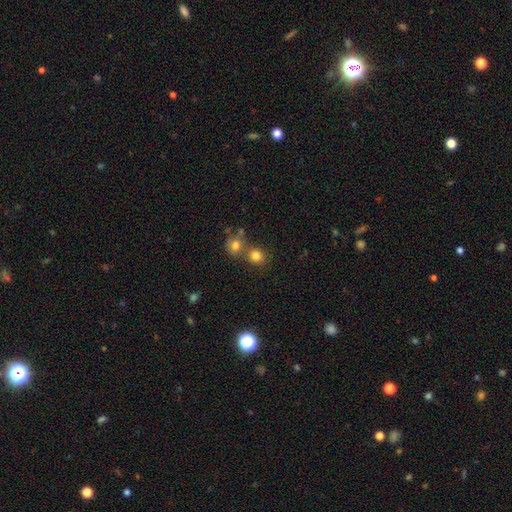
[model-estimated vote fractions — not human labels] Morphology: type=smooth (80%); roundness=round (77%); merging=none (58%).